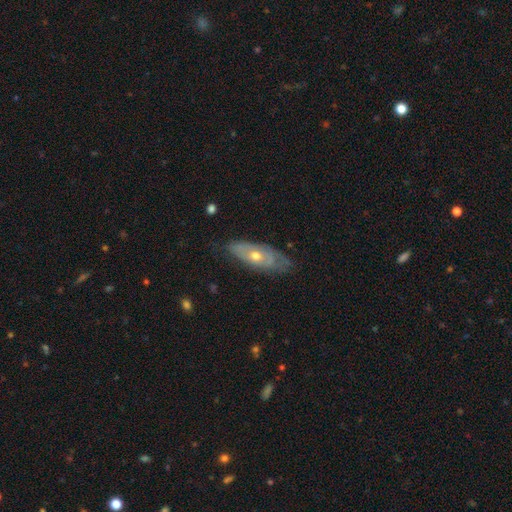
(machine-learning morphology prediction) smooth_or_featured: featured or disk (p=0.63) [alt: smooth p=0.30]
disk_edge_on: no (p=0.75) [alt: yes p=0.25]
merging: none (p=0.70) [alt: minor disturbance p=0.23]